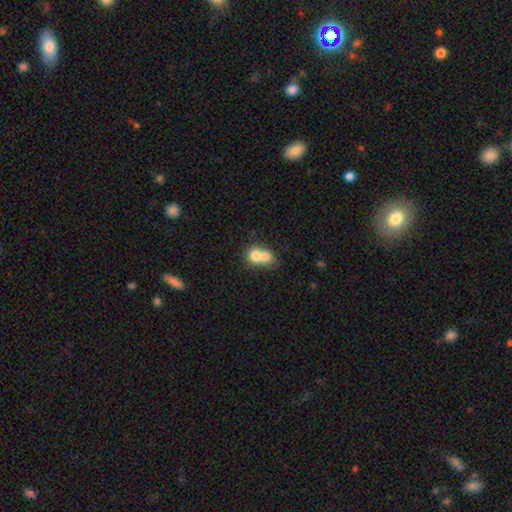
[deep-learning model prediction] Smooth or featured? Predicted: smooth (p=0.70). How rounded? Predicted: round (p=0.67). Merging? Predicted: merger (p=0.73).